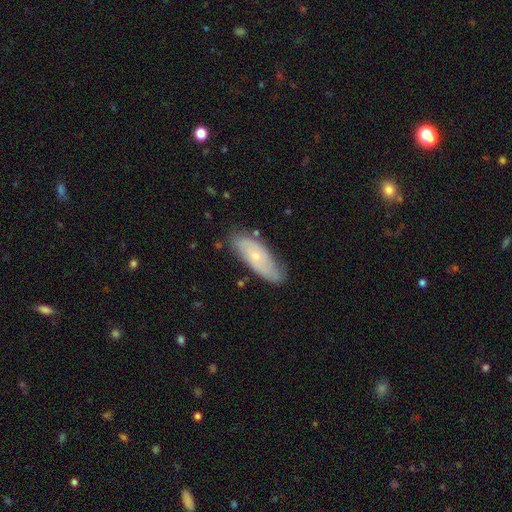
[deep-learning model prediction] The model was most divided on "smooth or featured": featured or disk: 47%, smooth: 45%, star or artifact: 7%. More confident: merging — none (76%).